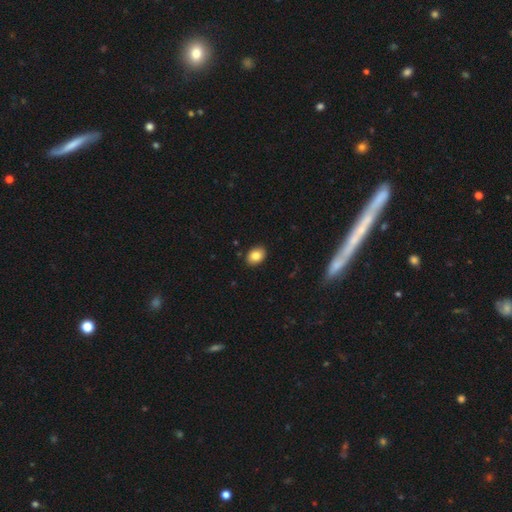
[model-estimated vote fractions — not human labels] Smooth or featured?
  - smooth: 82% *
  - featured or disk: 9%
  - star or artifact: 8%
How rounded?
  - in between: 77% *
  - round: 22%
  - cigar-shaped: 1%
Merging?
  - none: 89% *
  - minor disturbance: 8%
  - major disturbance: 2%
  - merger: 1%